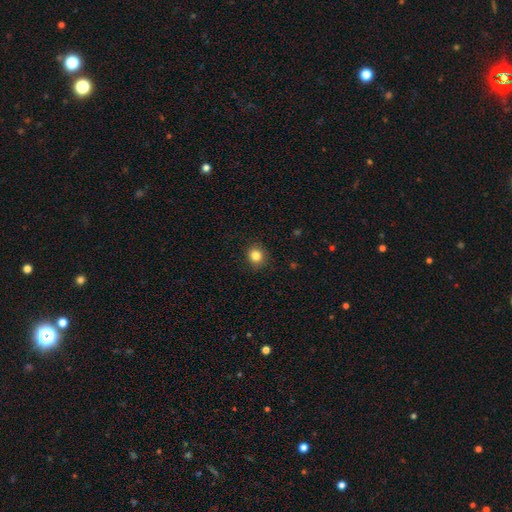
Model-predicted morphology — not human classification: smooth 84%, star or artifact 11%, featured or disk 5%. Down the decision tree: how rounded — round (85%); merging — none (89%).